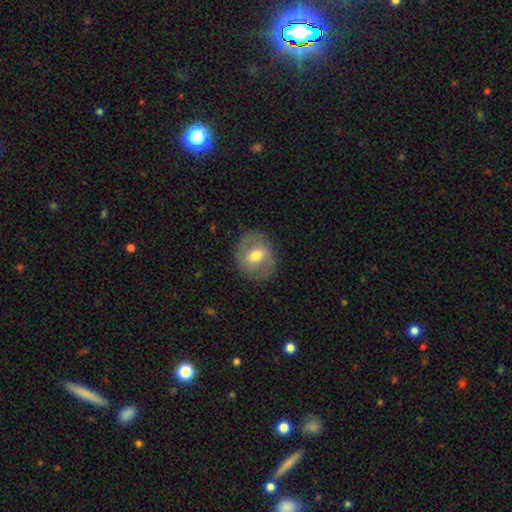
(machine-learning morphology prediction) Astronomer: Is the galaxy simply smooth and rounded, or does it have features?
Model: smooth — 48% (runner-up: featured or disk, 44%).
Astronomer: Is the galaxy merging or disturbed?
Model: none — 81%.